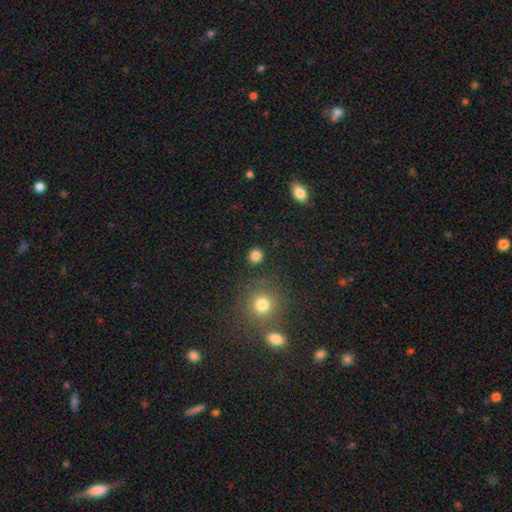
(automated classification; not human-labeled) smooth_or_featured: smooth (p=0.82) [alt: star or artifact p=0.14]
how_rounded: round (p=0.90) [alt: in between p=0.09]
merging: none (p=0.90) [alt: minor disturbance p=0.06]